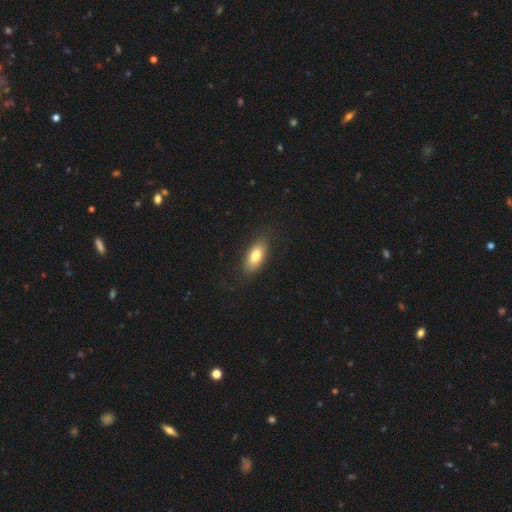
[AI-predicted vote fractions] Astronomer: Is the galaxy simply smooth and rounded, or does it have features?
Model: smooth — 77%.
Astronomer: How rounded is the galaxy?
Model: in between — 86%.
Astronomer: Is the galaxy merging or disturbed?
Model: none — 85%.